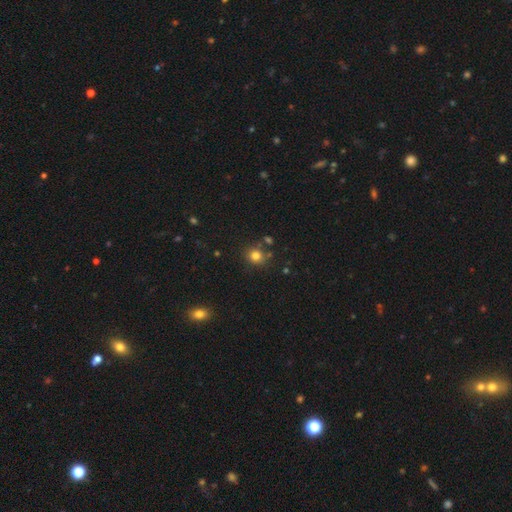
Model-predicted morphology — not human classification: The model was most divided on "merging": none: 76%, minor disturbance: 12%, merger: 9%, major disturbance: 4%. More confident: how rounded — round (83%); smooth or featured — smooth (79%).